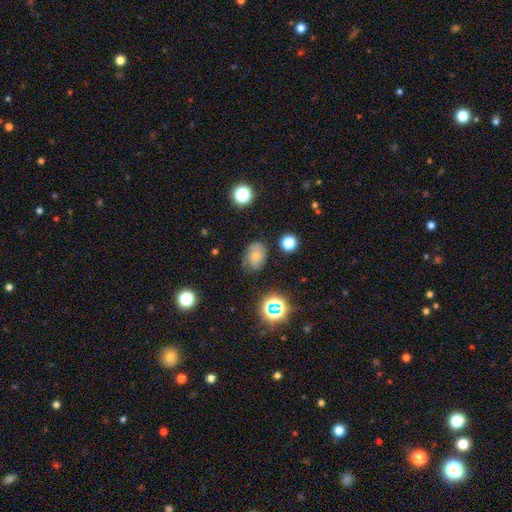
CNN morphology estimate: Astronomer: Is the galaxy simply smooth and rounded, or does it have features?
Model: smooth — 66%.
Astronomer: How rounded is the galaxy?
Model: in between — 68%.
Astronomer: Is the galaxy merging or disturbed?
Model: none — 66%.